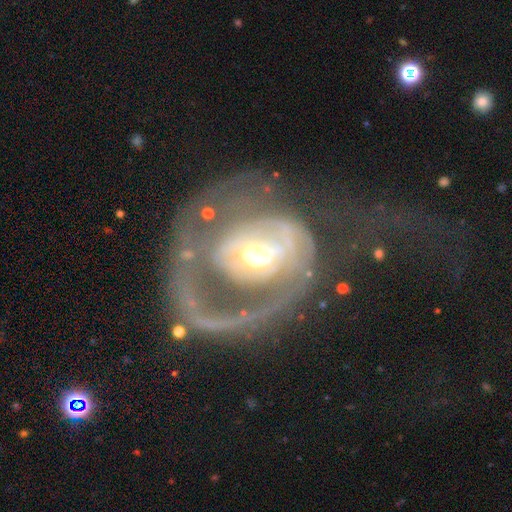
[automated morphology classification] smooth-or-featured: featured or disk: 85% | smooth: 9% | star or artifact: 6%
  disk-edge-on: no: 97% | yes: 3%
    bar: no: 41% | weak: 39% | strong: 20%
    has-spiral-arms: yes: 82% | no: 18%
      spiral-winding: medium: 36% | loose: 34% | tight: 30%
      spiral-arm-count: 1: 33% | 2: 31% | can't tell: 20% | 3: 7% | 4: 4% | more than 4: 4%
    bulge-size: moderate: 63% | small: 25% | large: 8% | dominant: 2% | none: 2%
  merging: major disturbance: 58% | none: 24% | minor disturbance: 12% | merger: 6%